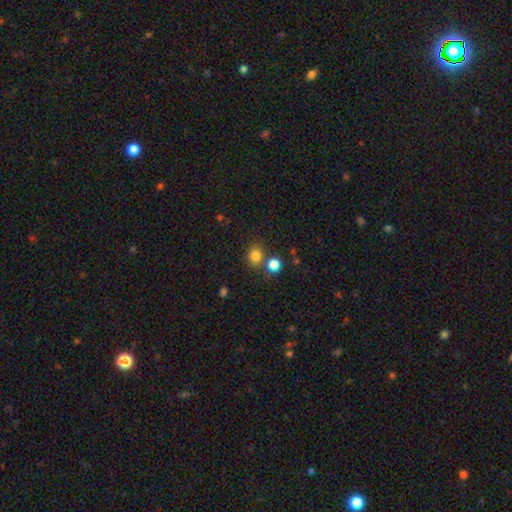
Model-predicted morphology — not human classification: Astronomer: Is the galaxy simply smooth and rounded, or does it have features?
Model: smooth — 80%.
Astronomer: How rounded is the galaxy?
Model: round — 71%.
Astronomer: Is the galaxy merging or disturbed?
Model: none — 69%.